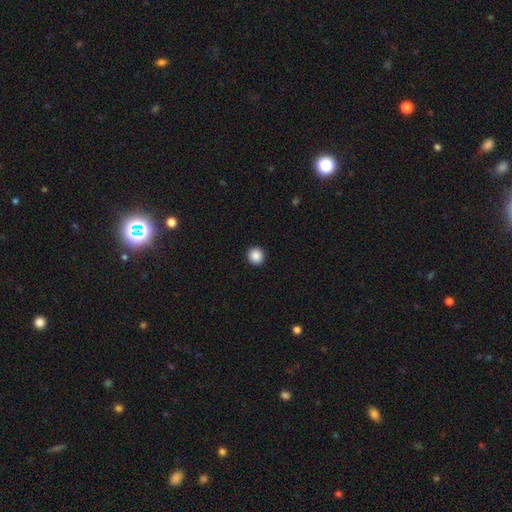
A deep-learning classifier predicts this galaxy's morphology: smooth_or_featured: smooth (p=0.88) [alt: star or artifact p=0.09]
how_rounded: round (p=0.93) [alt: in between p=0.06]
merging: none (p=0.93) [alt: minor disturbance p=0.04]